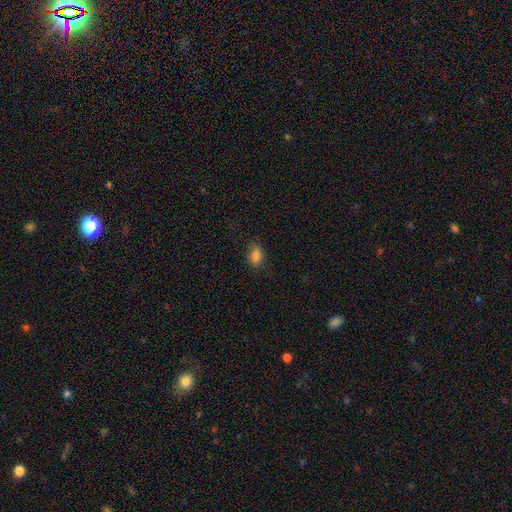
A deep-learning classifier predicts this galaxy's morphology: smooth_or_featured: smooth (p=0.84) [alt: star or artifact p=0.11]
how_rounded: in between (p=0.86) [alt: round p=0.09]
merging: none (p=0.81) [alt: minor disturbance p=0.15]